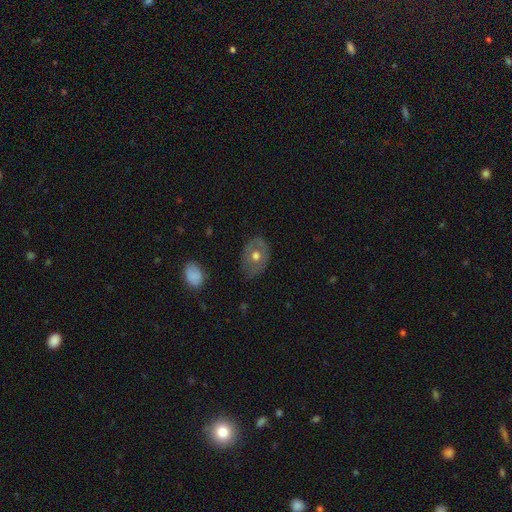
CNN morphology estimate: smooth 48%, featured or disk 43%, star or artifact 9%. Down the decision tree: merging — none (70%).